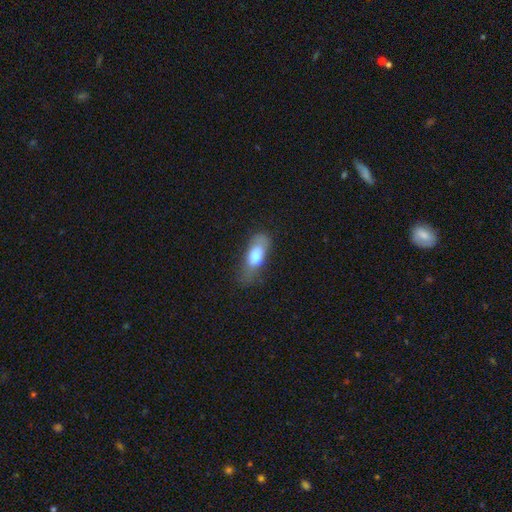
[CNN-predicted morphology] A smooth galaxy with no disk features (73%) that is in between round and cigar-shaped (76%).

Vote fractions:
- Smooth or featured? smooth: 73% / featured or disk: 20% / star or artifact: 7%
- How rounded? in between: 76% / cigar-shaped: 20% / round: 4%
- Merging? none: 50% / minor disturbance: 32% / major disturbance: 16% / merger: 2%